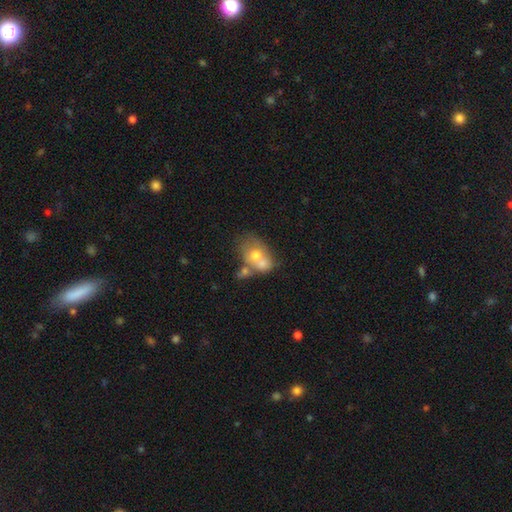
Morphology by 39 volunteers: smooth 62%, featured or disk 31%, star or artifact 8%. Down the decision tree: how rounded — in between (67%); merging — merger (69%).